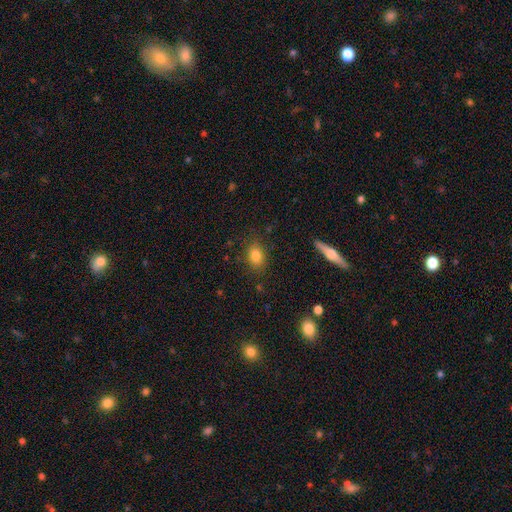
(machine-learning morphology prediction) A smooth galaxy with no disk features (82%) that is in between round and cigar-shaped (70%). Merging: none (83%).